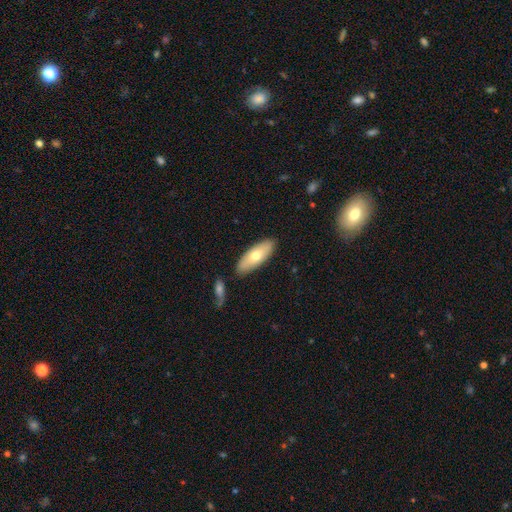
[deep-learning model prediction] Q: Smooth or featured?
A: smooth (66%); runner-up: featured or disk (28%)
Q: How rounded?
A: in between (75%); runner-up: cigar-shaped (23%)
Q: Merging?
A: none (85%); runner-up: minor disturbance (9%)